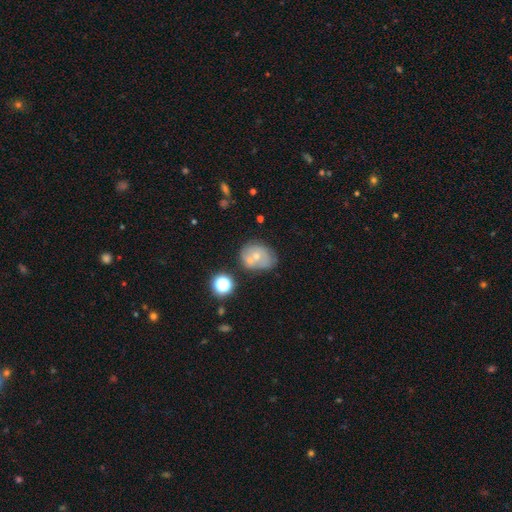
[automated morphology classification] Smooth or featured? smooth (49%)
Merging? none (42%)